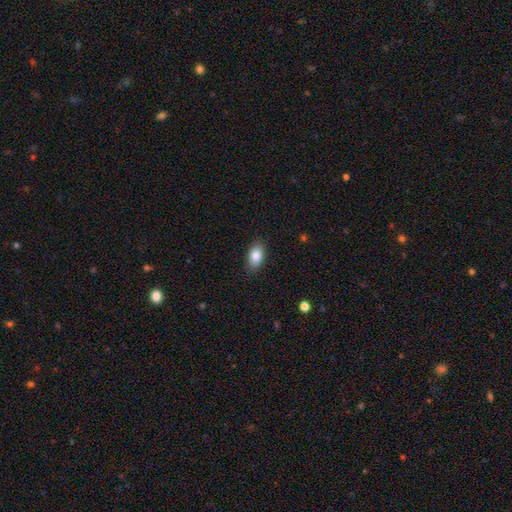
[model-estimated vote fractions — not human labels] This appears to be a smooth galaxy with no disk features (85%) that is in between round and cigar-shaped (91%). Merging: none (86%).